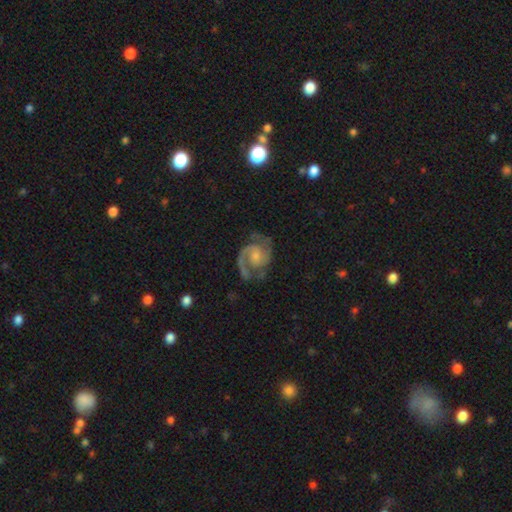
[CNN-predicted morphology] Smooth or featured?
  - featured or disk: 91% *
  - star or artifact: 5%
  - smooth: 4%
Edge-on disk?
  - no: 98% *
  - yes: 2%
Bar?
  - no: 57% *
  - weak: 35%
  - strong: 8%
Spiral arms?
  - yes: 98% *
  - no: 2%
Spiral winding?
  - medium: 56% *
  - tight: 34%
  - loose: 10%
Spiral arm count?
  - 2: 91% *
  - 3: 2%
  - 1: 2%
  - can't tell: 2%
  - 4: 1%
  - more than 4: 1%
Bulge size?
  - small: 53% *
  - moderate: 33%
  - none: 10%
  - large: 3%
  - dominant: 1%
Merging?
  - none: 75% *
  - minor disturbance: 16%
  - major disturbance: 7%
  - merger: 2%